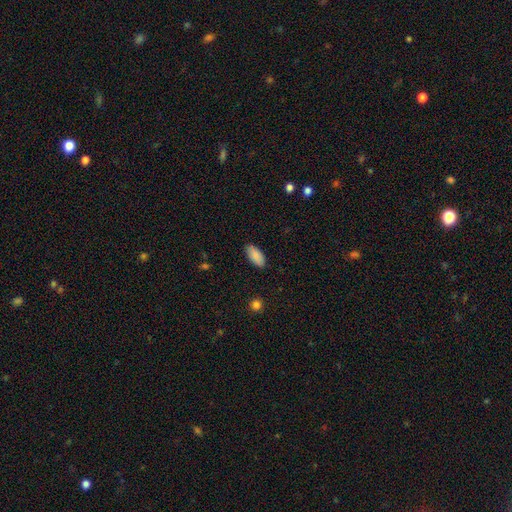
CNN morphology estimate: Q: Smooth or featured?
A: smooth (87%); runner-up: featured or disk (7%)
Q: How rounded?
A: in between (92%); runner-up: cigar-shaped (6%)
Q: Merging?
A: none (84%); runner-up: minor disturbance (12%)